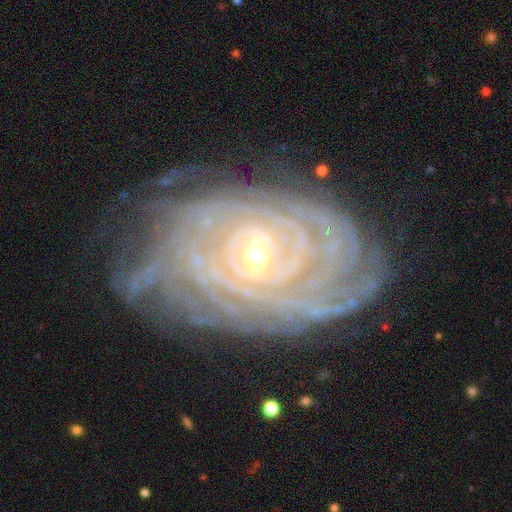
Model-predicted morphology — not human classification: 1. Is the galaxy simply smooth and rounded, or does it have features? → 90% featured or disk, 6% star or artifact, 4% smooth.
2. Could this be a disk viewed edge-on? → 96% no, 4% yes.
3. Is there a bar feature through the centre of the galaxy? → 41% weak, 35% no, 24% strong.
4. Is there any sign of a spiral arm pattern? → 98% yes, 2% no.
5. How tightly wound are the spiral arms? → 88% tight, 10% medium, 2% loose.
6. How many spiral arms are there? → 29% more than 4, 26% can't tell, 18% 4, 10% 3, 10% 2, 7% 1.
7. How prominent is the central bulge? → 59% small, 38% moderate, 2% large, 1% none, 1% dominant.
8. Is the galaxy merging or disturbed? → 73% none, 18% minor disturbance, 7% major disturbance, 2% merger.